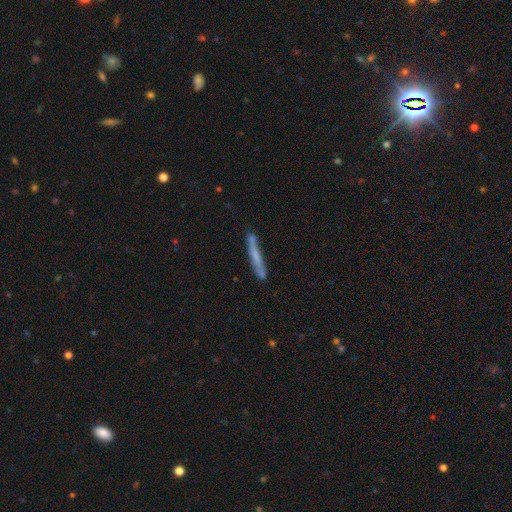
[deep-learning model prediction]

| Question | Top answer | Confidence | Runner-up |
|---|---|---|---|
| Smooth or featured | smooth | 55% | featured or disk (37%) |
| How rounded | cigar-shaped | 96% | in between (3%) |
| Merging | none | 75% | minor disturbance (16%) |